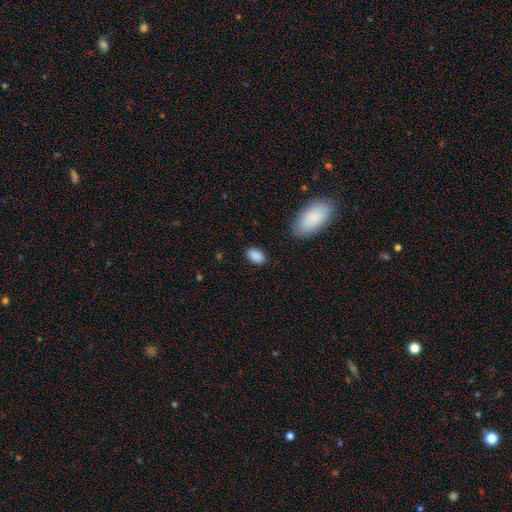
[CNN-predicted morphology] Smooth or featured? Predicted: smooth (p=0.88). How rounded? Predicted: in between (p=0.92). Merging? Predicted: none (p=0.85).